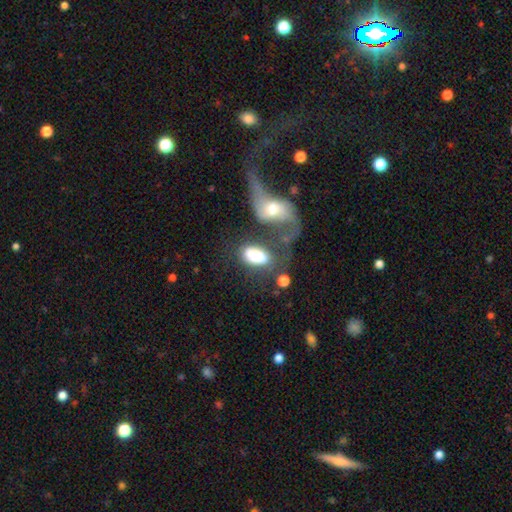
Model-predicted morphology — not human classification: Smooth or featured? smooth (75%)
How rounded? in between (92%)
Merging? merger (36%)